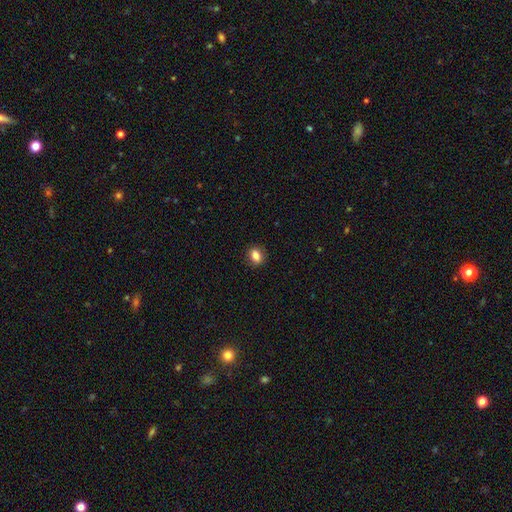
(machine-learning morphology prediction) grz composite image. It shows a smooth galaxy with no disk features (84%) that is in between round and cigar-shaped (59%). Merging: none (89%).